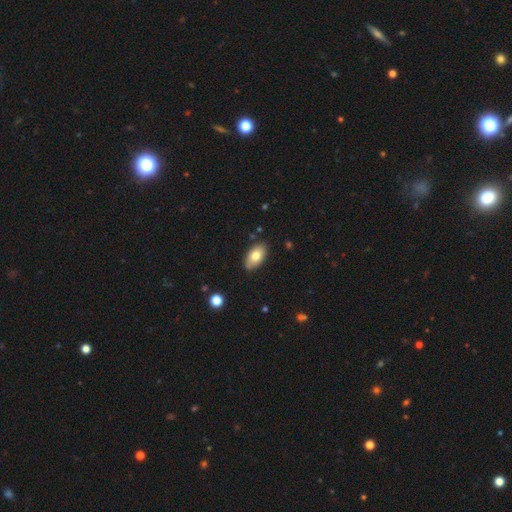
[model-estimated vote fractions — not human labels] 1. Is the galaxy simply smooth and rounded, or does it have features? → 75% smooth, 18% featured or disk, 7% star or artifact.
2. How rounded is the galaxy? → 93% in between, 4% round, 2% cigar-shaped.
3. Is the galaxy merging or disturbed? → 85% none, 12% minor disturbance, 2% major disturbance, 2% merger.